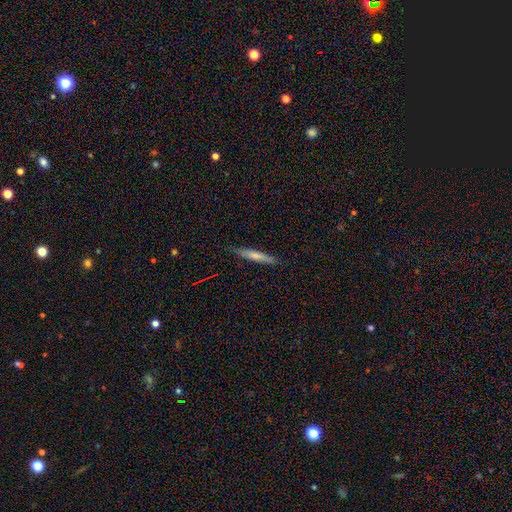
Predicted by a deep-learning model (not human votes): smooth_or_featured: smooth (p=0.62) [alt: featured or disk p=0.32]
how_rounded: cigar-shaped (p=0.91) [alt: in between p=0.07]
merging: none (p=0.87) [alt: minor disturbance p=0.10]